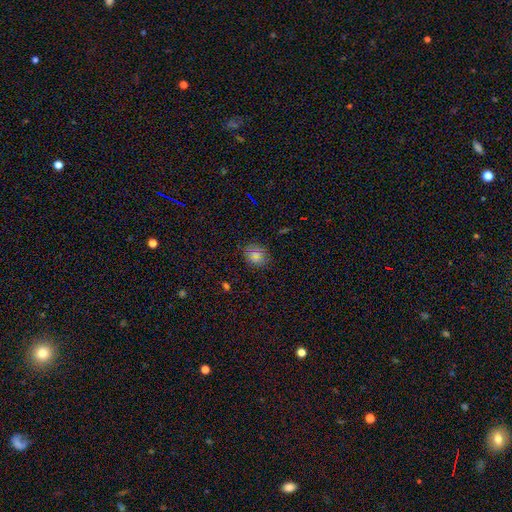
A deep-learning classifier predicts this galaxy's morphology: The model was most divided on "how rounded": round: 73%, in between: 25%, cigar-shaped: 2%. More confident: merging — none (86%); smooth or featured — smooth (71%).